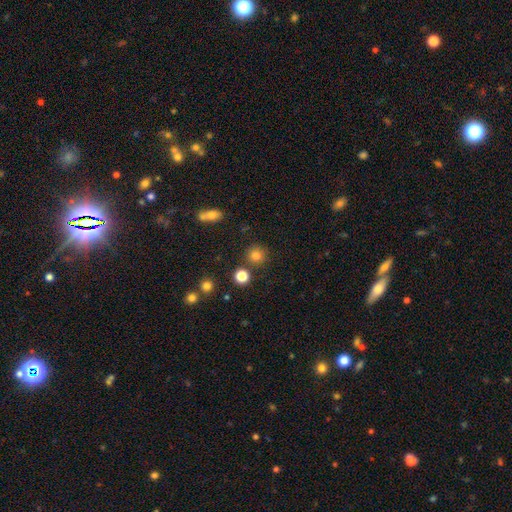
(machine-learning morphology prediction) A smooth galaxy with no disk features (80%) that is round (91%).

Vote fractions:
- Smooth or featured? smooth: 80% / star or artifact: 14% / featured or disk: 6%
- How rounded? round: 91% / in between: 8% / cigar-shaped: 1%
- Merging? none: 83% / minor disturbance: 8% / merger: 7% / major disturbance: 3%